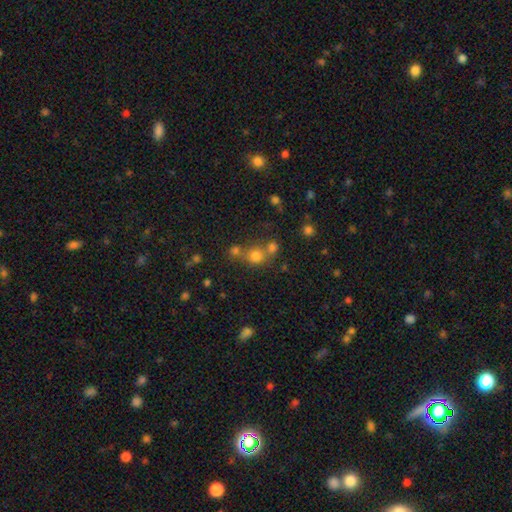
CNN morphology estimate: smooth 70%, star or artifact 21%, featured or disk 10%. Down the decision tree: how rounded — round (84%); merging — none (52%).